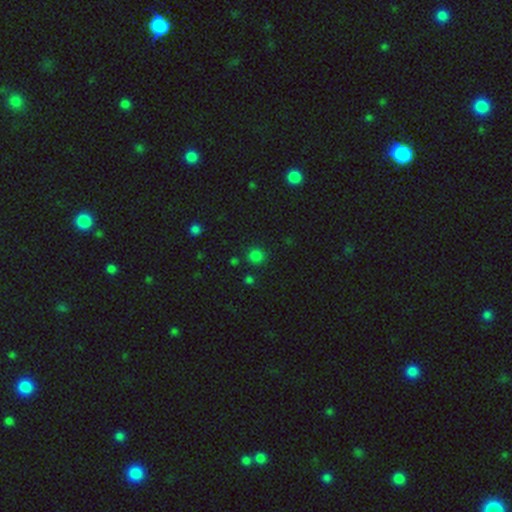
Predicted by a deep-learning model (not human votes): A smooth galaxy with no disk features (78%) that is round (89%).

Vote fractions:
- Smooth or featured? smooth: 78% / star or artifact: 18% / featured or disk: 4%
- How rounded? round: 89% / in between: 10% / cigar-shaped: 1%
- Merging? none: 84% / minor disturbance: 9% / merger: 4% / major disturbance: 3%